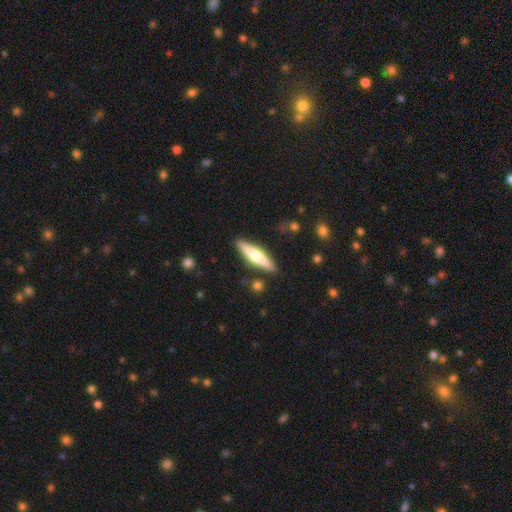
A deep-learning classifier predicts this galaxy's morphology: This is possibly a featured or disk galaxy (54%). It is clearly viewed edge-on (95%). Edge-on bulge: clearly rounded (91%). Merging: clearly none (88%).